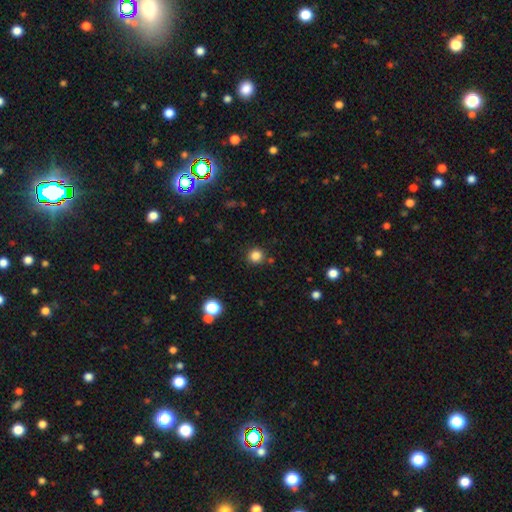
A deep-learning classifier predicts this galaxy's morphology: The model was most divided on "smooth or featured": smooth: 83%, star or artifact: 13%, featured or disk: 4%. More confident: how rounded — round (93%); merging — none (86%).